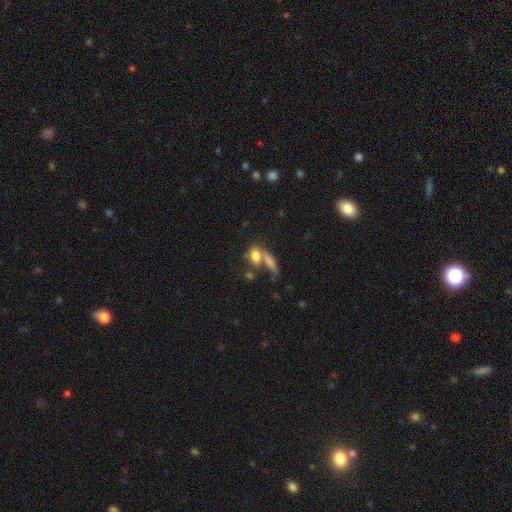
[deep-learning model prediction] smooth_or_featured: smooth (p=0.76) [alt: featured or disk p=0.14]
how_rounded: in between (p=0.63) [alt: round p=0.26]
merging: merger (p=0.43) [alt: none p=0.38]